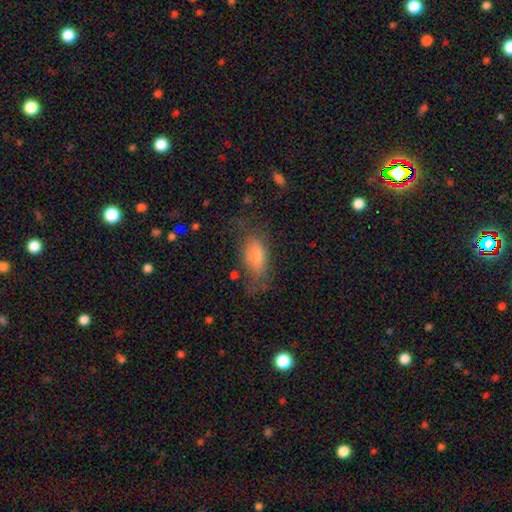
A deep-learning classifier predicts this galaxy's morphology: smooth-or-featured: smooth: 74% | featured or disk: 18% | star or artifact: 9%
  how-rounded: in between: 84% | cigar-shaped: 13% | round: 4%
  merging: none: 49% | minor disturbance: 28% | major disturbance: 20% | merger: 3%